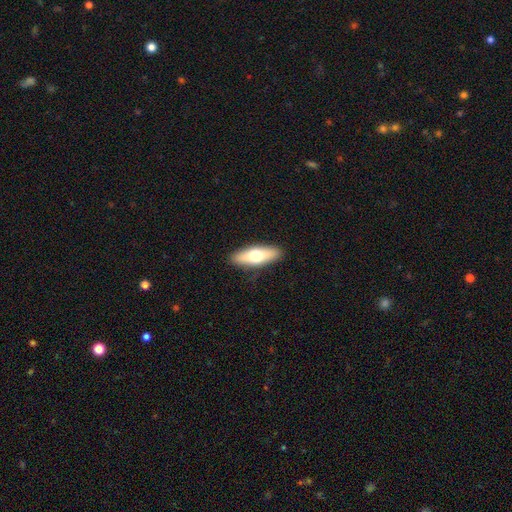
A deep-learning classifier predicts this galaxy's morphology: A smooth galaxy with no disk features (60%) that is in between round and cigar-shaped (54%).

Vote fractions:
- Smooth or featured? smooth: 60% / featured or disk: 34% / star or artifact: 6%
- How rounded? in between: 54% / cigar-shaped: 43% / round: 3%
- Merging? none: 89% / minor disturbance: 9% / major disturbance: 2% / merger: 1%